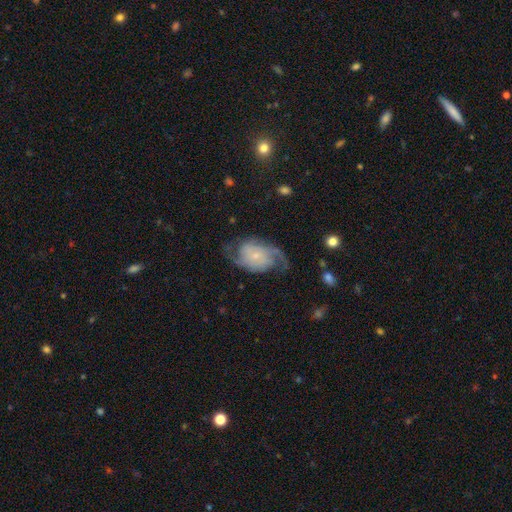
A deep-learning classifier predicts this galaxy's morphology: Overall: featured or disk (80%). Edge-on disk: no (97%). Bar: no (70%). Spiral arms: yes (95%). Spiral arm count: 2 (86%). Spiral winding: medium (45%; loose 36%). Bulge size: small (74%). Merging: none (65%).